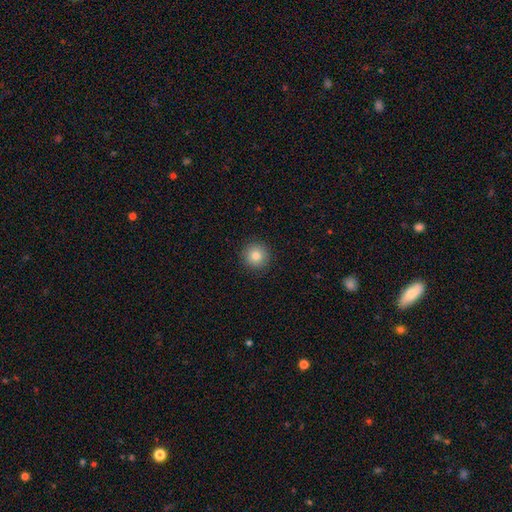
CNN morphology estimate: This appears to be a smooth galaxy with no disk features (81%) that is round (95%). Merging: none (91%).